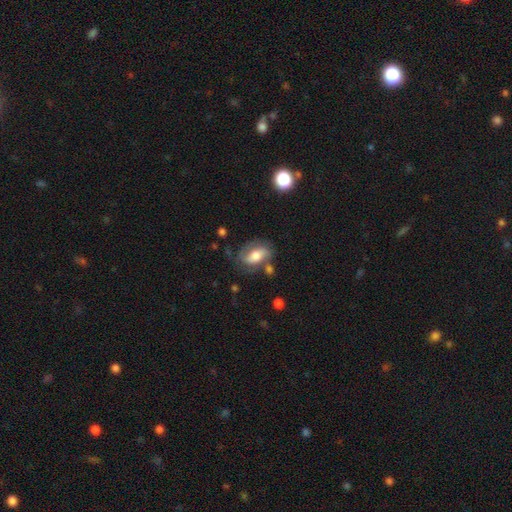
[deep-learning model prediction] The model was most divided on "smooth or featured": featured or disk: 48%, smooth: 44%, star or artifact: 8%. More confident: merging — none (56%).